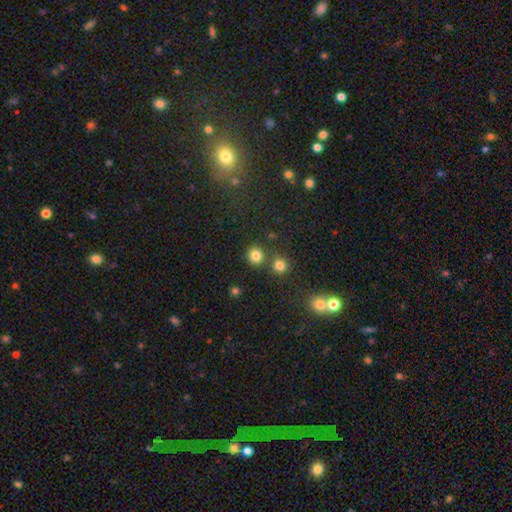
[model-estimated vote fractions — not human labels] Smooth or featured: smooth — 80% (star or artifact — 15%)
How rounded: round — 89% (in between — 10%)
Merging: none — 77% (merger — 14%)